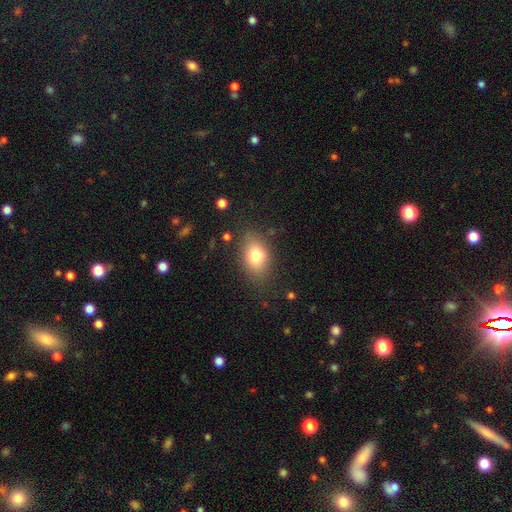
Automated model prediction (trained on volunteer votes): This appears to be a smooth galaxy with no disk features (79%) that is in between round and cigar-shaped (82%). Merging: none (78%).